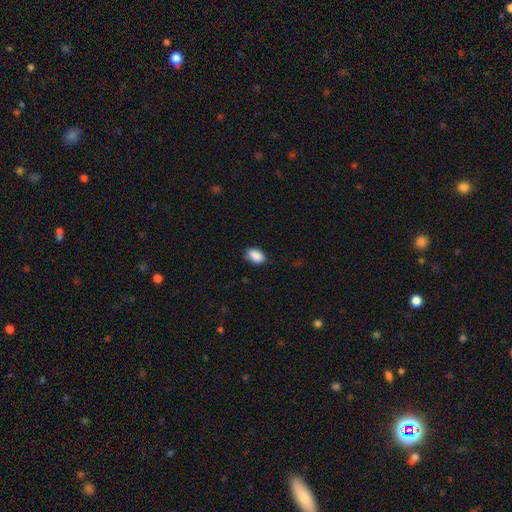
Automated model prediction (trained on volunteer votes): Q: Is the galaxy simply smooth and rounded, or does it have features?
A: smooth — 90%.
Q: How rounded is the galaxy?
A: in between — 89%.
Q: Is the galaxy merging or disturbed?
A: none — 81%.